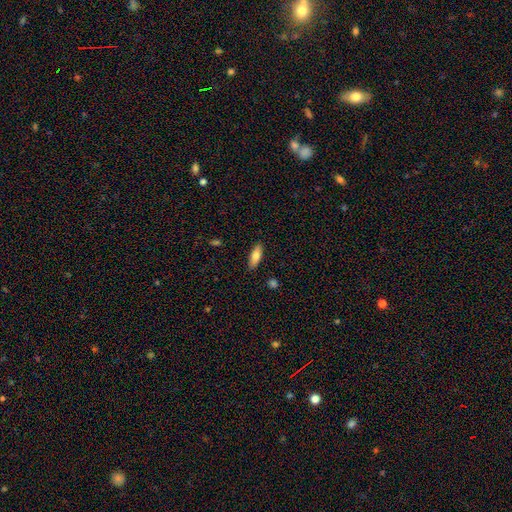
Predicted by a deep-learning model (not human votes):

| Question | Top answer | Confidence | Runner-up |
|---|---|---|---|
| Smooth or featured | smooth | 76% | featured or disk (17%) |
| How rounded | in between | 64% | cigar-shaped (34%) |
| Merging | none | 86% | minor disturbance (11%) |